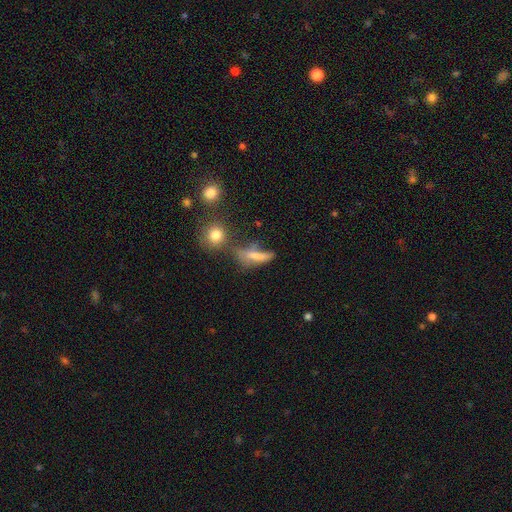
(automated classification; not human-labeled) A smooth galaxy with no disk features (66%) that is cigar-shaped (54%). Merging: none (40%).